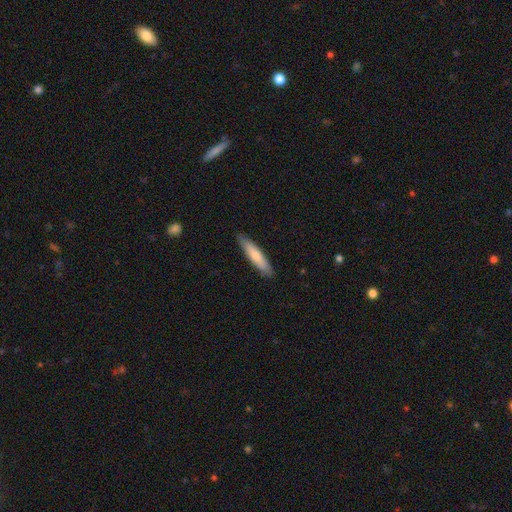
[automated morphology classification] This is likely a smooth galaxy (71%). How rounded: clearly cigar-shaped (84%). Merging: clearly none (88%).